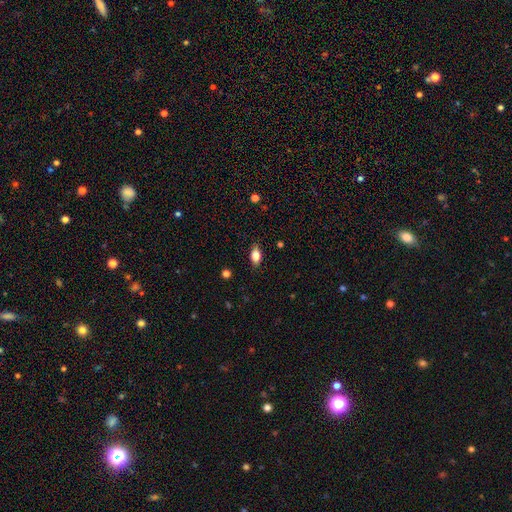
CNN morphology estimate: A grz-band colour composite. It shows a smooth galaxy with no disk features (79%) that is in between round and cigar-shaped (86%). Merging: none (85%).